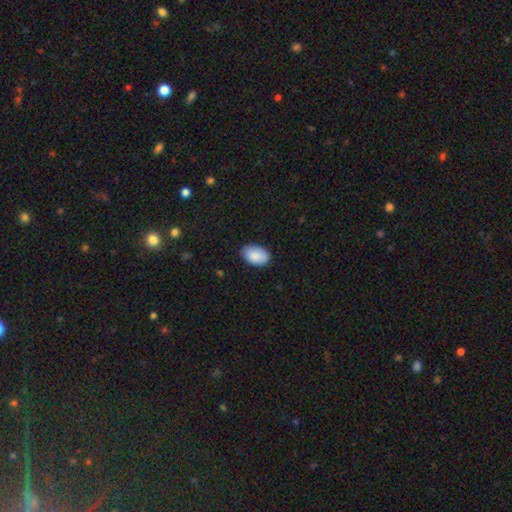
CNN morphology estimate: smooth-or-featured: smooth: 88% | star or artifact: 6% | featured or disk: 6%
  how-rounded: in between: 91% | round: 8% | cigar-shaped: 1%
  merging: none: 81% | minor disturbance: 15% | major disturbance: 2% | merger: 1%